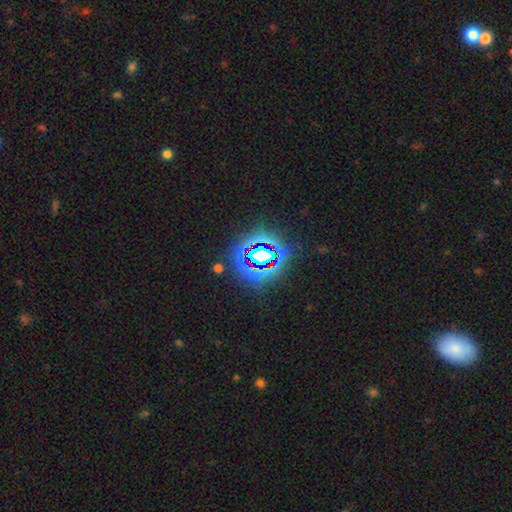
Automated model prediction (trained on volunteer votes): This appears to be a star or artifact, not a galaxy (74%).